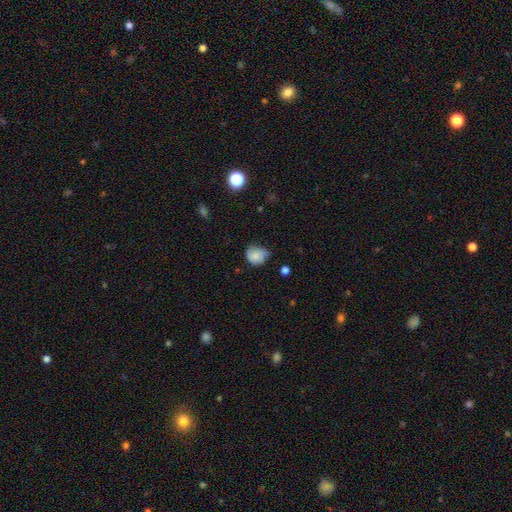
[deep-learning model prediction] Smooth or featured? smooth (64%)
How rounded? round (70%)
Merging? none (51%)